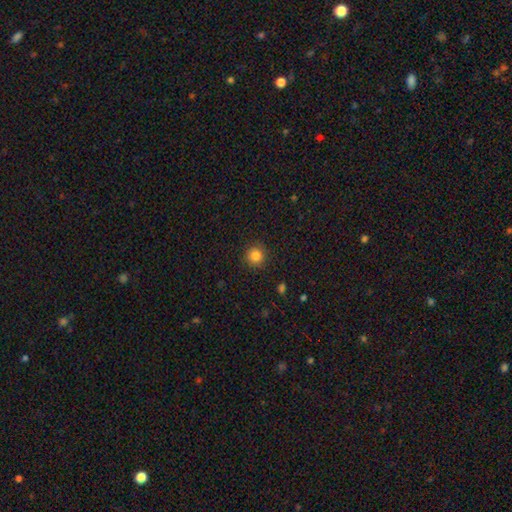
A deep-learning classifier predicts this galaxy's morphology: This appears to be a smooth galaxy with no disk features (84%) that is round (94%). Merging: none (90%).